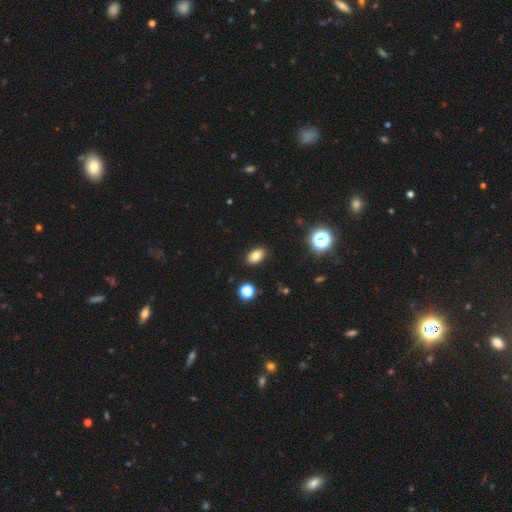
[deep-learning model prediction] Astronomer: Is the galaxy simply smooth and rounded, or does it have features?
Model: smooth — 80%.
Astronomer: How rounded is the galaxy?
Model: in between — 85%.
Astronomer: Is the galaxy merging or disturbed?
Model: none — 89%.